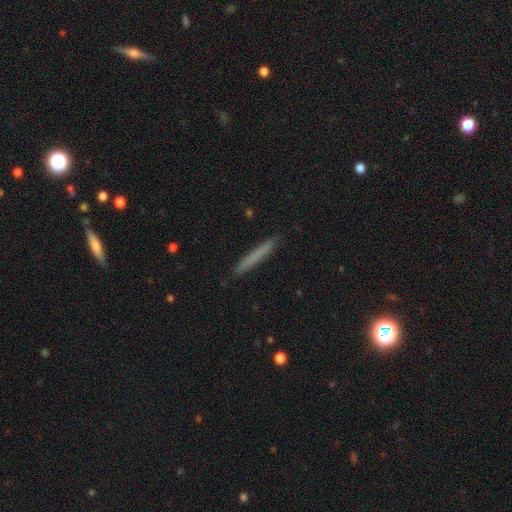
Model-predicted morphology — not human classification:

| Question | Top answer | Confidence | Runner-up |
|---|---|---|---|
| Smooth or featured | smooth | 71% | featured or disk (22%) |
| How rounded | cigar-shaped | 97% | in between (2%) |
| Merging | none | 91% | minor disturbance (6%) |